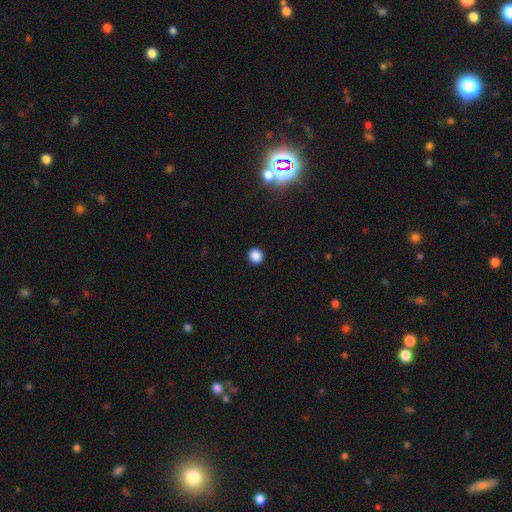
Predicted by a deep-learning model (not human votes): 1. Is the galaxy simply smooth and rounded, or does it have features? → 86% smooth, 11% star or artifact, 3% featured or disk.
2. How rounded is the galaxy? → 91% round, 8% in between, 1% cigar-shaped.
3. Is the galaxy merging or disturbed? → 92% none, 5% minor disturbance, 2% major disturbance, 1% merger.